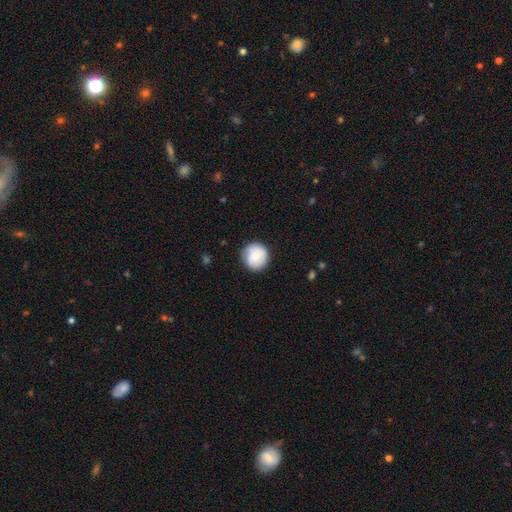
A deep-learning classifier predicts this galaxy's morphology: Overall: smooth (78%). How rounded: round (93%). Merging: none (81%).